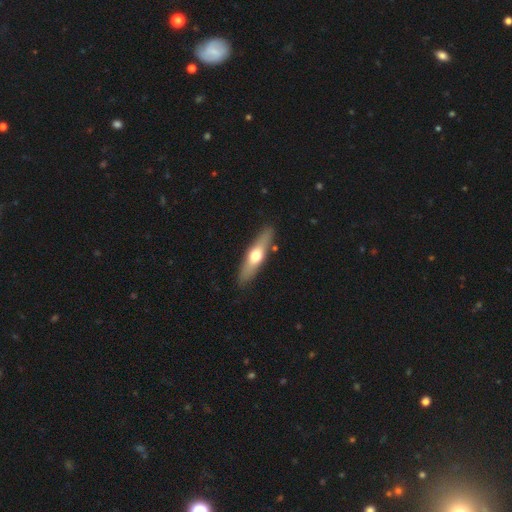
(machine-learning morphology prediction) smooth-or-featured: featured or disk: 48% | smooth: 47% | star or artifact: 5%
  merging: none: 87% | minor disturbance: 9% | merger: 2% | major disturbance: 2%